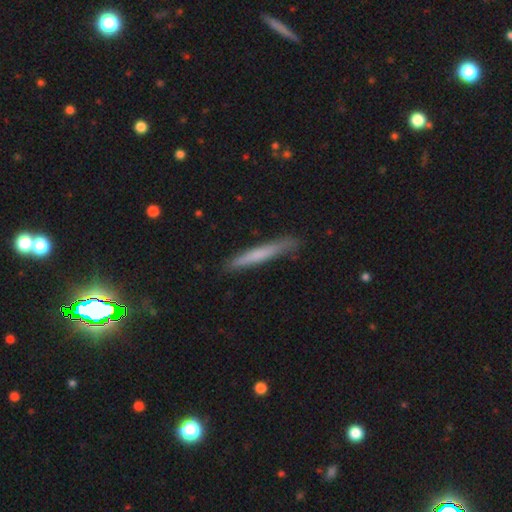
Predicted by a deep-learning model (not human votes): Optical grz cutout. It shows a smooth galaxy with no disk features (66%) that is cigar-shaped (96%). Merging: none (85%).